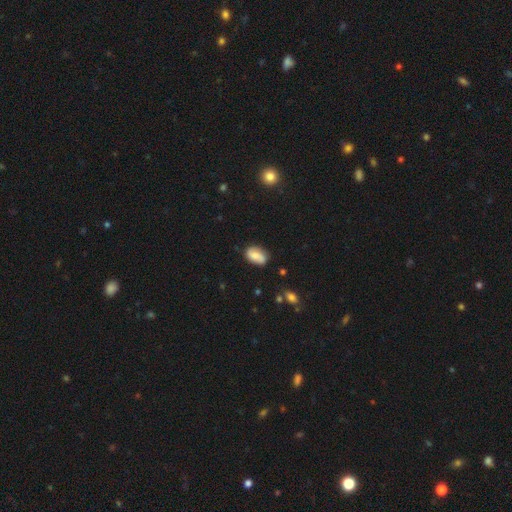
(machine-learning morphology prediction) This is likely a smooth galaxy (69%). How rounded: clearly in between (89%). Merging: likely none (75%).